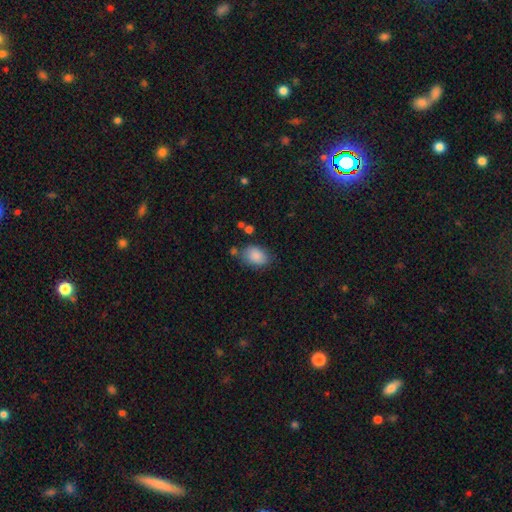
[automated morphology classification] A smooth galaxy with no disk features (87%) that is in between round and cigar-shaped (82%). Merging: none (69%).